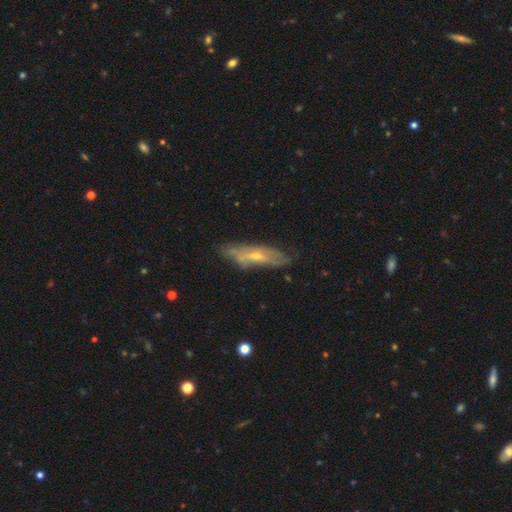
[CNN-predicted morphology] featured or disk 61%, smooth 31%, star or artifact 8%. Down the decision tree: edge-on disk — no (53%); merging — none (68%).